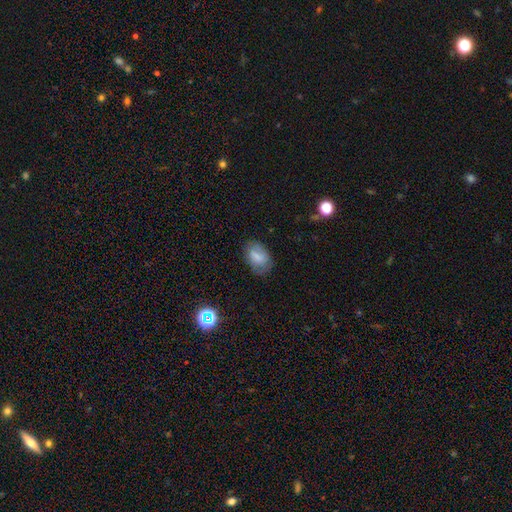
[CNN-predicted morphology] This appears to be a smooth galaxy with no disk features (71%) that is in between round and cigar-shaped (86%). Merging: none (67%).